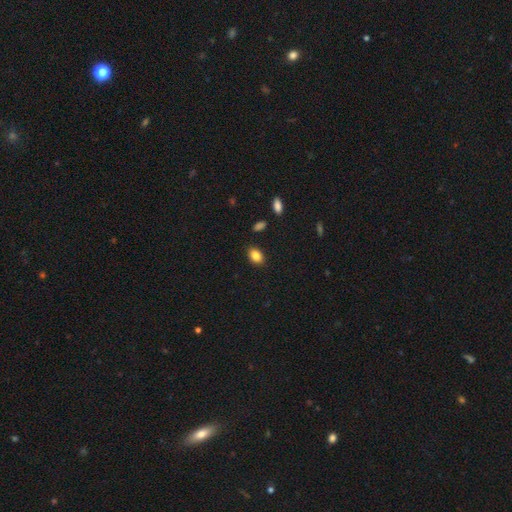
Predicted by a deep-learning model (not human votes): Smooth or featured? smooth (85%)
How rounded? in between (80%)
Merging? none (87%)